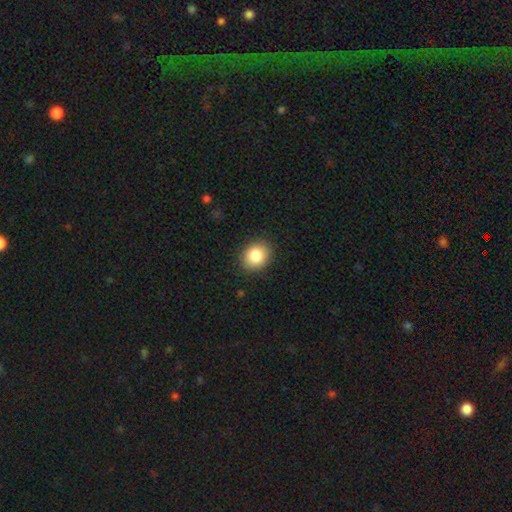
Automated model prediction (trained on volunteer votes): Morphology: type=smooth (86%); roundness=round (61%); merging=none (89%).